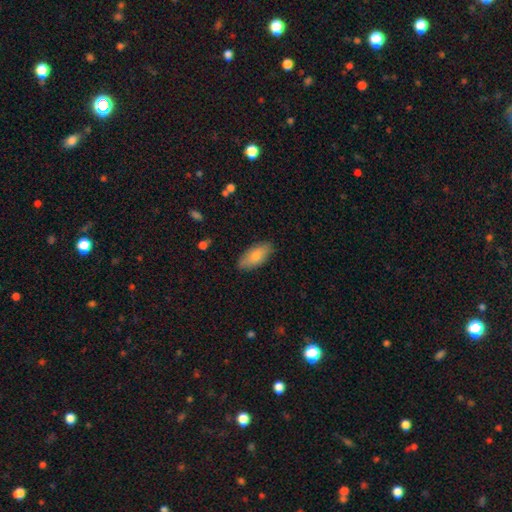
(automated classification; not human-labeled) smooth-or-featured: smooth: 79% | featured or disk: 15% | star or artifact: 6%
  how-rounded: in between: 89% | cigar-shaped: 8% | round: 2%
  merging: none: 83% | minor disturbance: 13% | major disturbance: 2% | merger: 1%